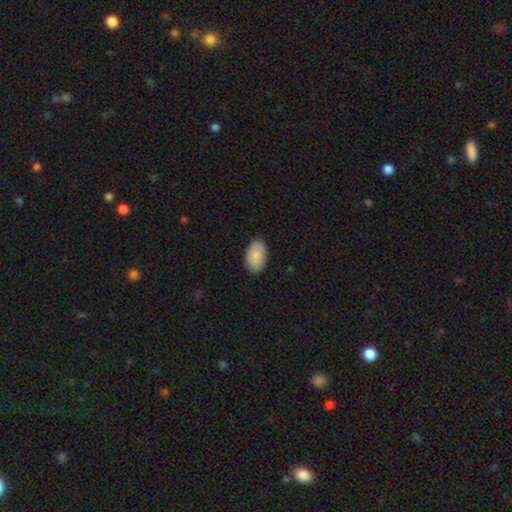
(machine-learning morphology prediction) Q: Smooth or featured?
A: smooth (86%); runner-up: featured or disk (8%)
Q: How rounded?
A: in between (93%); runner-up: round (6%)
Q: Merging?
A: none (86%); runner-up: minor disturbance (11%)